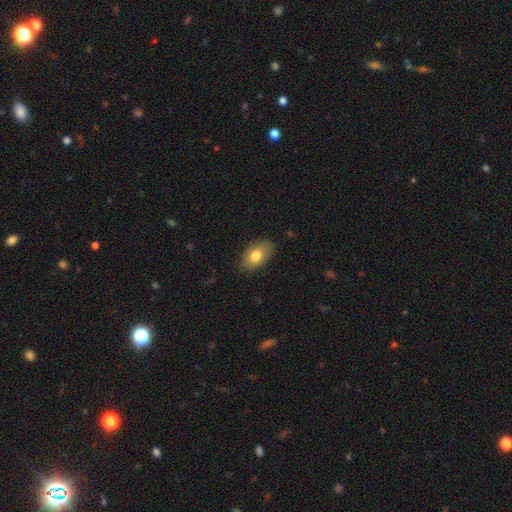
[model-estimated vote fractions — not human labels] A smooth galaxy with no disk features (78%) that is in between round and cigar-shaped (91%). Merging: none (82%).